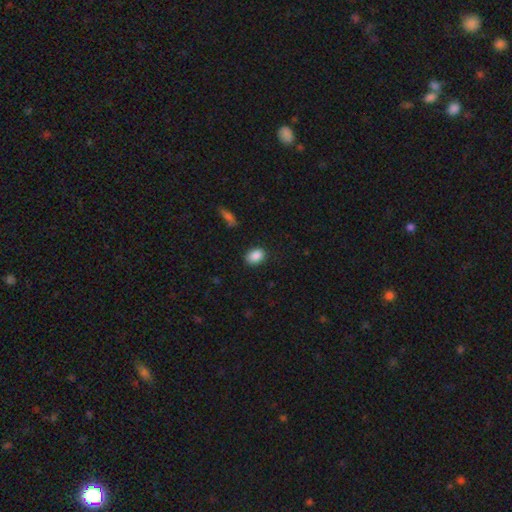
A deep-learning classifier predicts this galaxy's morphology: The model was most divided on "how rounded": in between: 76%, round: 23%, cigar-shaped: 1%. More confident: smooth or featured — smooth (88%); merging — none (85%).